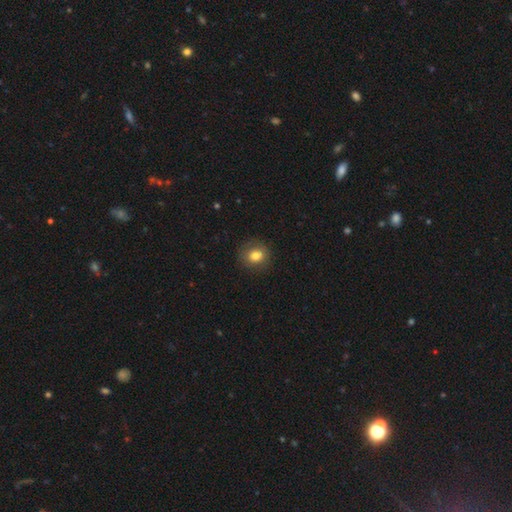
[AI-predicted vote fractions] smooth 80%, featured or disk 10%, star or artifact 10%. Down the decision tree: how rounded — round (80%); merging — none (87%).